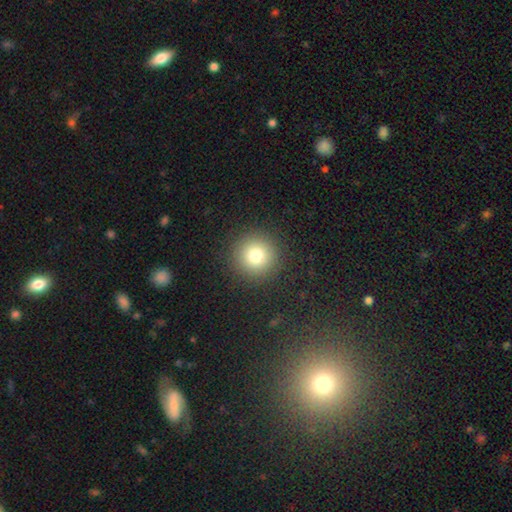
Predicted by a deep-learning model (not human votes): smooth_or_featured: smooth (p=0.78) [alt: star or artifact p=0.13]
how_rounded: round (p=0.95) [alt: in between p=0.04]
merging: none (p=0.90) [alt: minor disturbance p=0.06]